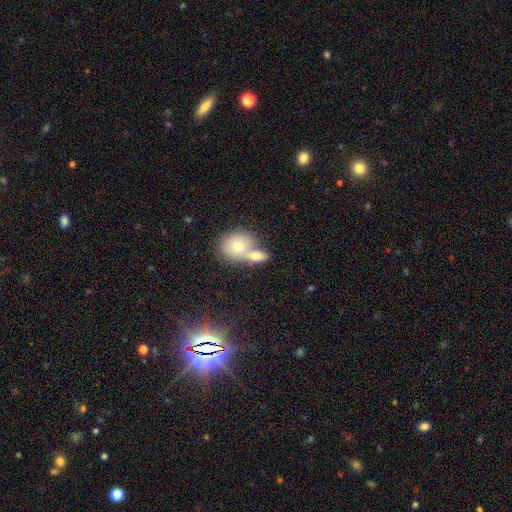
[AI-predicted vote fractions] smooth 77%, featured or disk 15%, star or artifact 8%. Down the decision tree: how rounded — in between (71%); merging — merger (62%).